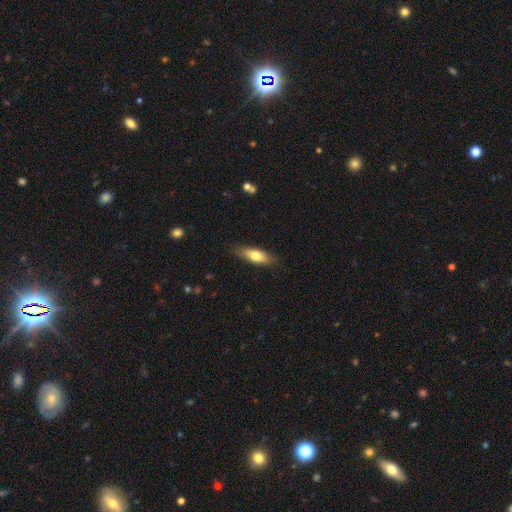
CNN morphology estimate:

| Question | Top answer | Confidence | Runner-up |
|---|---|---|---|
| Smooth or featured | smooth | 70% | featured or disk (24%) |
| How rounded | in between | 62% | cigar-shaped (36%) |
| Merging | none | 84% | minor disturbance (13%) |